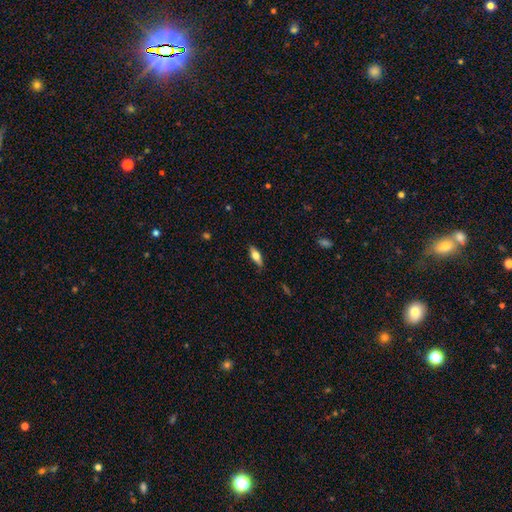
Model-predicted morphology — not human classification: Smooth or featured?
  - smooth: 60% *
  - featured or disk: 33%
  - star or artifact: 7%
How rounded?
  - in between: 65% *
  - cigar-shaped: 32%
  - round: 3%
Merging?
  - none: 82% *
  - minor disturbance: 14%
  - major disturbance: 3%
  - merger: 1%